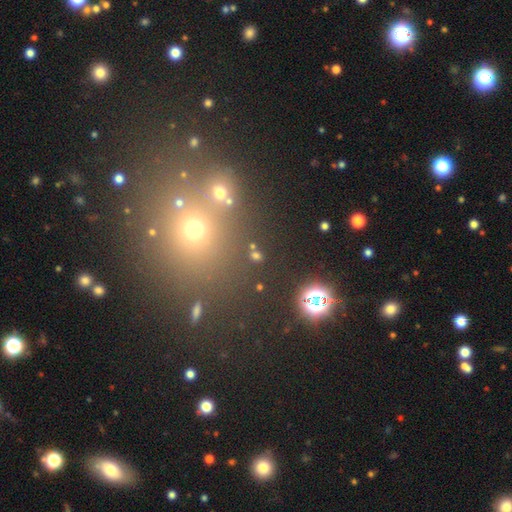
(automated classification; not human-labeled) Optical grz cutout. It shows a smooth galaxy with no disk features (61%) that is round (69%). Merging: none (78%).